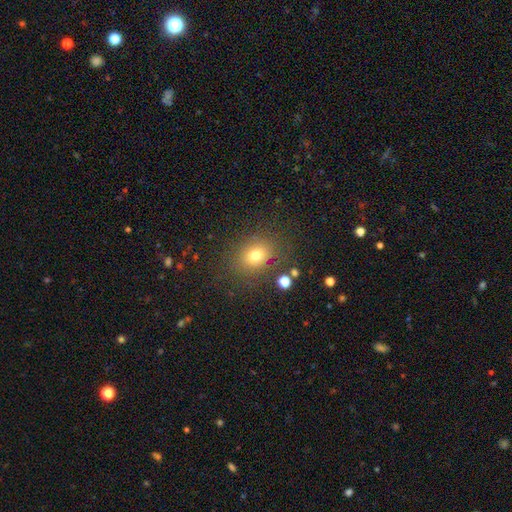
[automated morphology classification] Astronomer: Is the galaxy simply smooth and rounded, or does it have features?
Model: smooth — 72%.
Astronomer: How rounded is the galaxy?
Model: round — 50% (runner-up: in between, 49%).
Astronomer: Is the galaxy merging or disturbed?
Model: none — 78%.